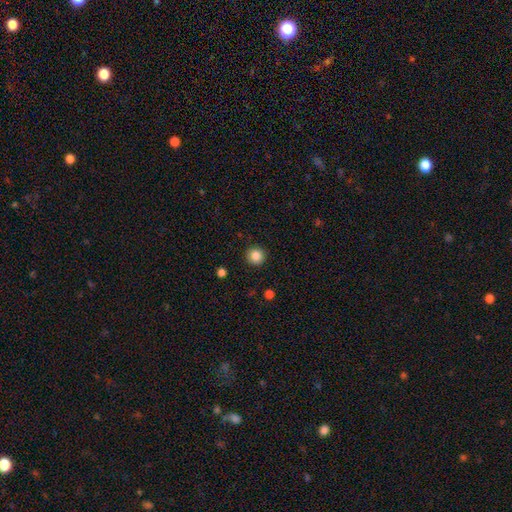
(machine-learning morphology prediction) Smooth or featured: smooth — 86% (star or artifact — 10%)
How rounded: round — 94% (in between — 5%)
Merging: none — 92% (minor disturbance — 5%)